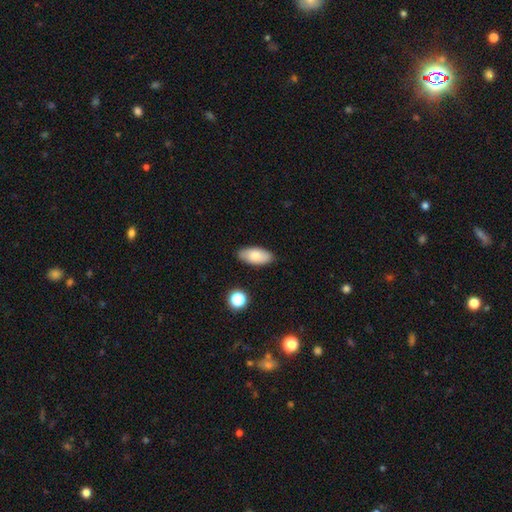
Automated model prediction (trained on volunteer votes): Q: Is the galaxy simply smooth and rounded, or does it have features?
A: smooth — 79%.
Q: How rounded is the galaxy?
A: in between — 92%.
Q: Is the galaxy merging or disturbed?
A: none — 86%.